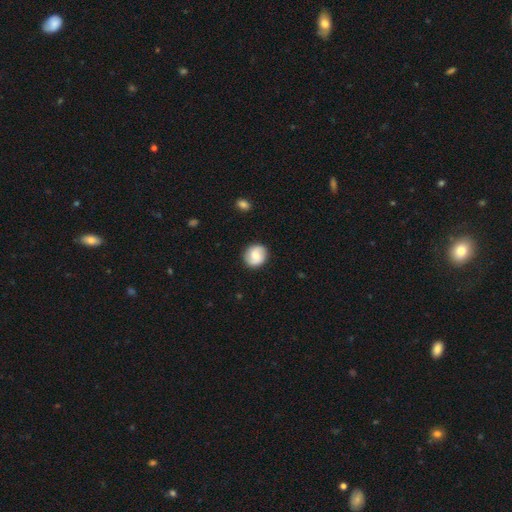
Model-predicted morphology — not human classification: Smooth or featured?
  - smooth: 61% *
  - featured or disk: 31%
  - star or artifact: 8%
How rounded?
  - round: 85% *
  - in between: 14%
  - cigar-shaped: 1%
Merging?
  - none: 87% *
  - minor disturbance: 10%
  - major disturbance: 3%
  - merger: 1%